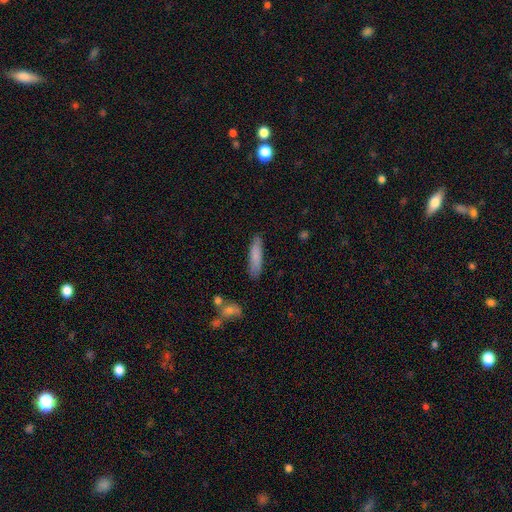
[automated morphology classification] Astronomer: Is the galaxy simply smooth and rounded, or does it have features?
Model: smooth — 81%.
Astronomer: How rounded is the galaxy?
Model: cigar-shaped — 78%.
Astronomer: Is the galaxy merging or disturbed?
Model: none — 83%.